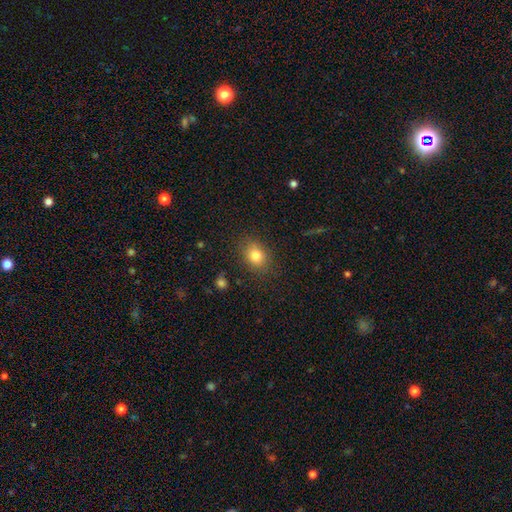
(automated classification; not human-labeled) smooth_or_featured: smooth (p=0.80) [alt: star or artifact p=0.11]
how_rounded: in between (p=0.52) [alt: round p=0.47]
merging: none (p=0.83) [alt: minor disturbance p=0.12]